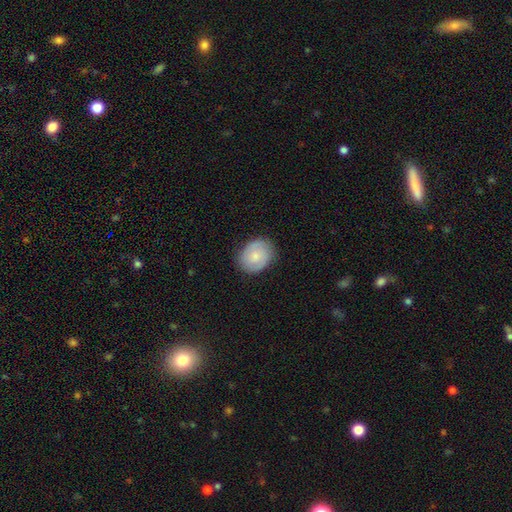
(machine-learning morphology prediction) type=smooth (60%); roundness=round (59%); merging=none (83%).